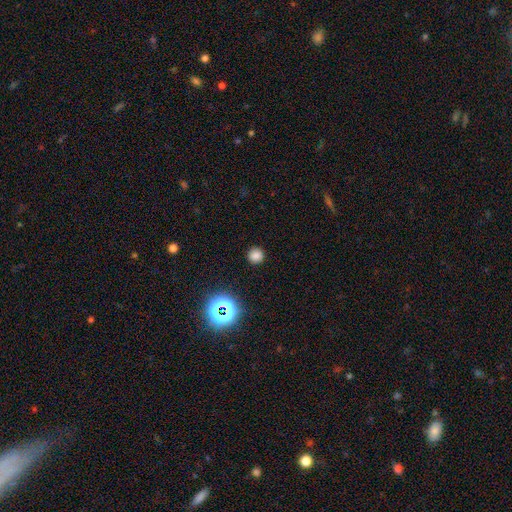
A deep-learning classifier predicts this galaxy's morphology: Smooth or featured: smooth — 77% (star or artifact — 19%)
How rounded: round — 93% (in between — 6%)
Merging: none — 90% (minor disturbance — 6%)